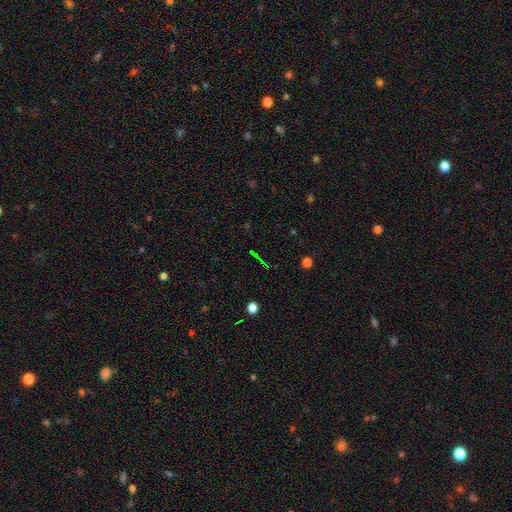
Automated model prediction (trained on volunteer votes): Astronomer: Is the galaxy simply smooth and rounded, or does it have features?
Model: star or artifact — 68%.